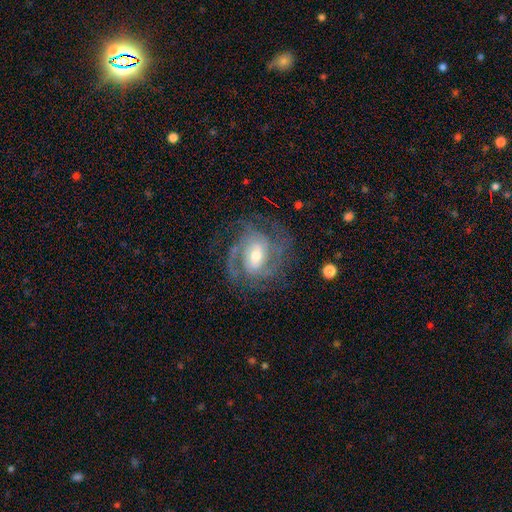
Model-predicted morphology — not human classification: A featured or disk galaxy (88%) with a weak bar (49%), 2 (44%) tight (45%) spiral arms (96%) and a moderate central bulge (58%). Merging: none (68%).